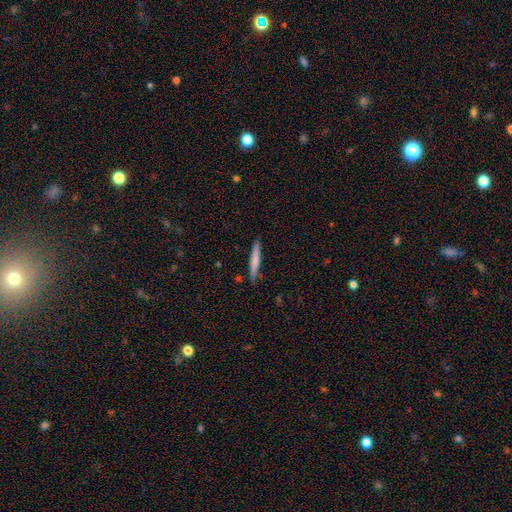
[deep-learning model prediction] Smooth or featured? smooth (48%)
Merging? none (86%)